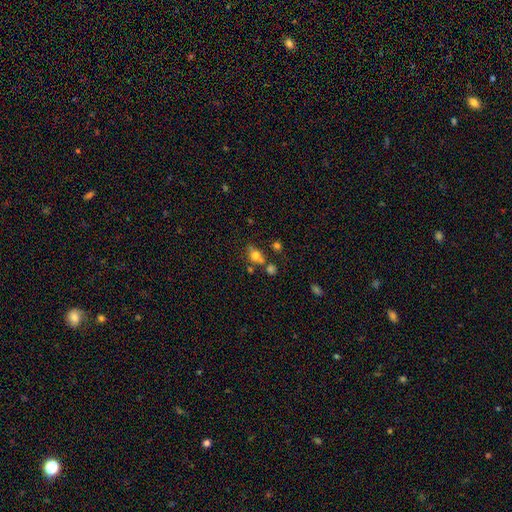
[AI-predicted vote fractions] Q: Smooth or featured?
A: smooth (71%); runner-up: featured or disk (15%)
Q: How rounded?
A: round (49%); runner-up: in between (48%)
Q: Merging?
A: none (49%); runner-up: merger (28%)